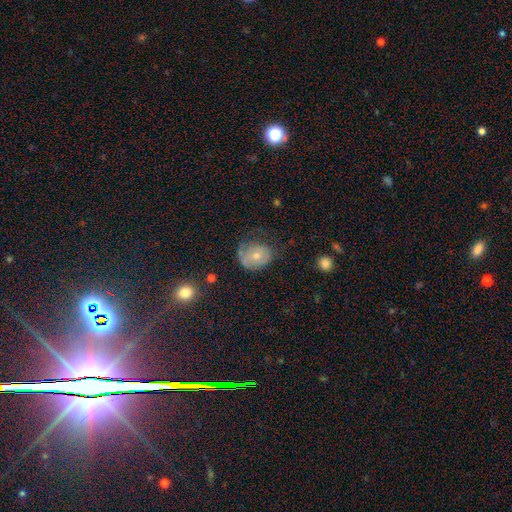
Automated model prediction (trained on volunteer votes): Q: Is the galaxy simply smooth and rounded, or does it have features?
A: smooth — 60%.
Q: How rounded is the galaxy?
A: round — 55%.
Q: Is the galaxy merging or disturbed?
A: none — 47%.